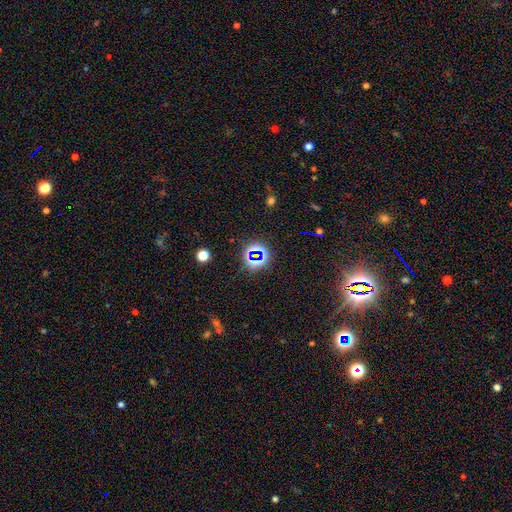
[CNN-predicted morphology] A star or artifact, not a galaxy (71%).

Vote fractions:
- Smooth or featured? star or artifact: 71% / smooth: 20% / featured or disk: 9%